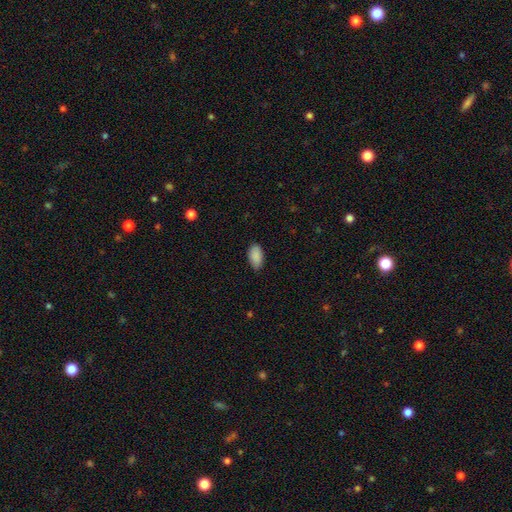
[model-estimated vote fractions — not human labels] smooth-or-featured: smooth: 90% | star or artifact: 7% | featured or disk: 4%
  how-rounded: in between: 94% | cigar-shaped: 3% | round: 3%
  merging: none: 82% | minor disturbance: 15% | major disturbance: 2% | merger: 1%